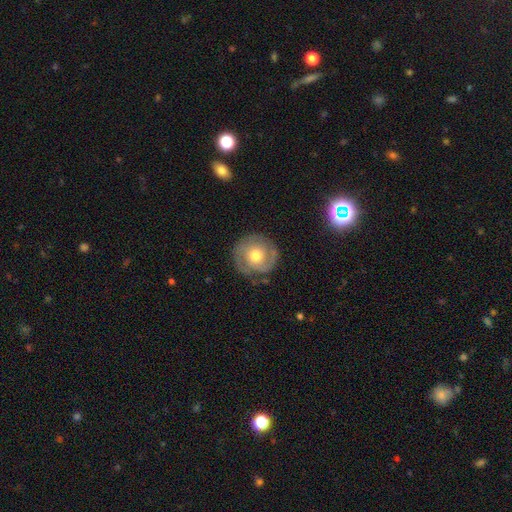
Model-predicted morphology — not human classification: featured or disk 65%, smooth 29%, star or artifact 6%. Down the decision tree: edge-on disk — no (97%); bar — no (77%); spiral arms — yes (82%); spiral arm count — 2 (62%); spiral winding — tight (58%); bulge size — moderate (73%); merging — none (77%).